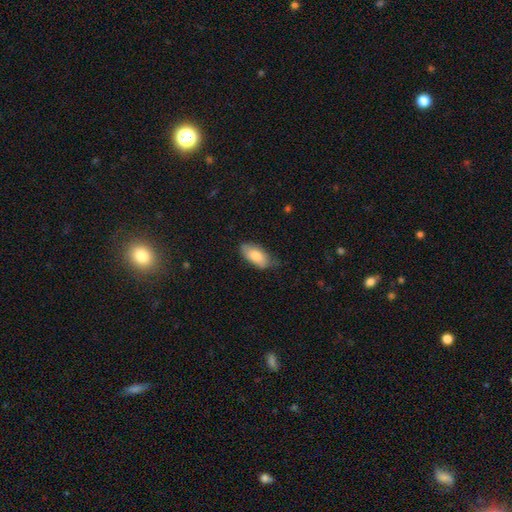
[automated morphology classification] type=smooth (82%); roundness=in between (91%); merging=none (72%).